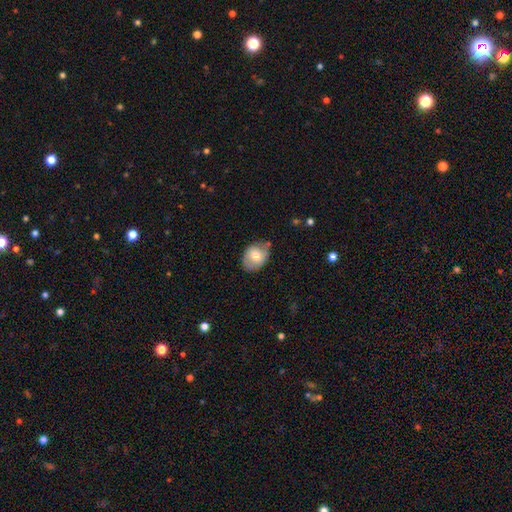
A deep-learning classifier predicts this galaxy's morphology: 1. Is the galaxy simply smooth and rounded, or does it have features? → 66% smooth, 27% featured or disk, 7% star or artifact.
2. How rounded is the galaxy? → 65% in between, 34% round, 1% cigar-shaped.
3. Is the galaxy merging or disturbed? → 62% none, 29% minor disturbance, 6% major disturbance, 3% merger.